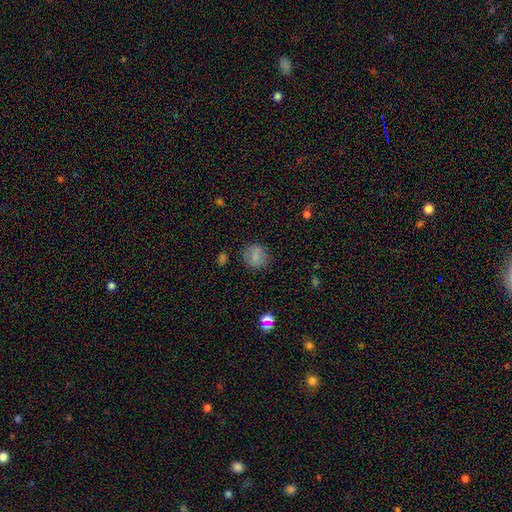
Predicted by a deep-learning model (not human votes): smooth 79%, star or artifact 12%, featured or disk 9%. Down the decision tree: how rounded — round (80%); merging — none (84%).